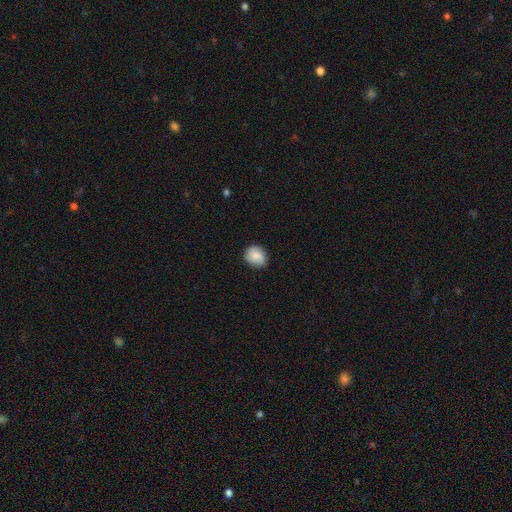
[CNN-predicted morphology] type=smooth (83%); roundness=round (63%); merging=none (81%).